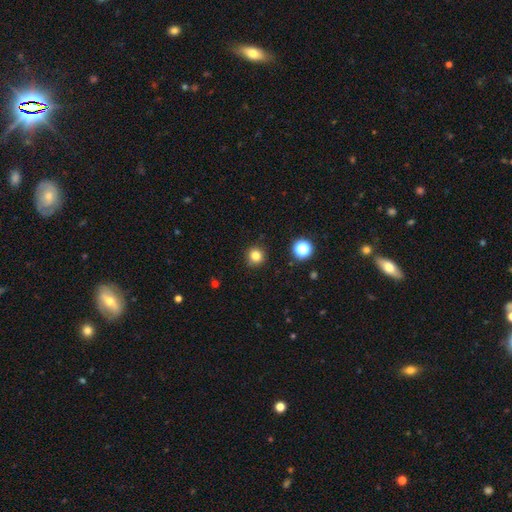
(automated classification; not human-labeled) Smooth or featured: smooth — 81% (star or artifact — 14%)
How rounded: round — 93% (in between — 6%)
Merging: none — 91% (minor disturbance — 6%)